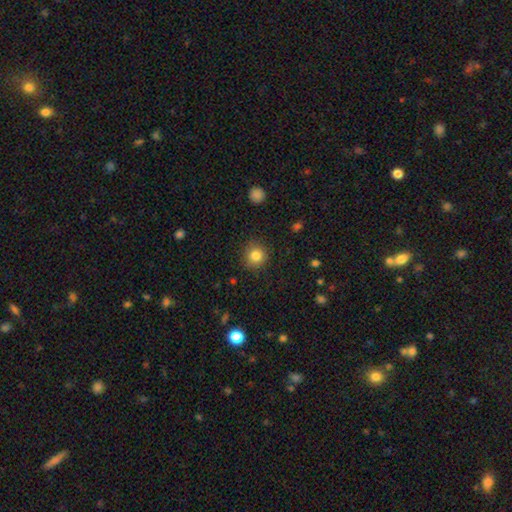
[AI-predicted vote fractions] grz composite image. It shows a smooth galaxy with no disk features (83%) that is round (93%). Merging: none (88%).